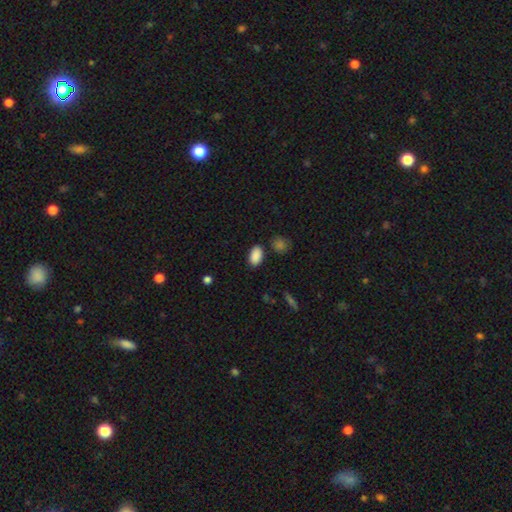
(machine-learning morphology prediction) Overall: smooth (89%). How rounded: in between (92%). Merging: none (85%).